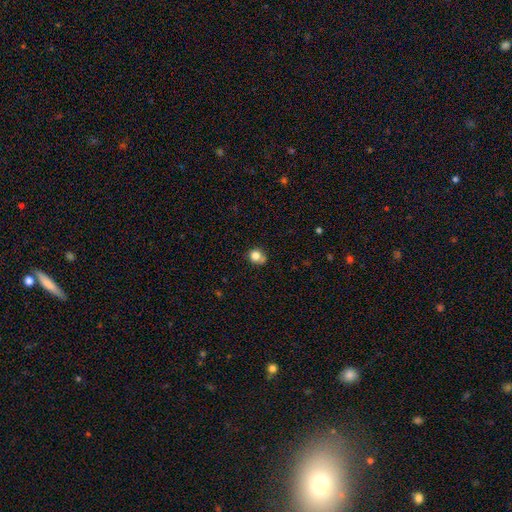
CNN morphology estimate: Smooth or featured? smooth (80%)
How rounded? round (80%)
Merging? none (58%)